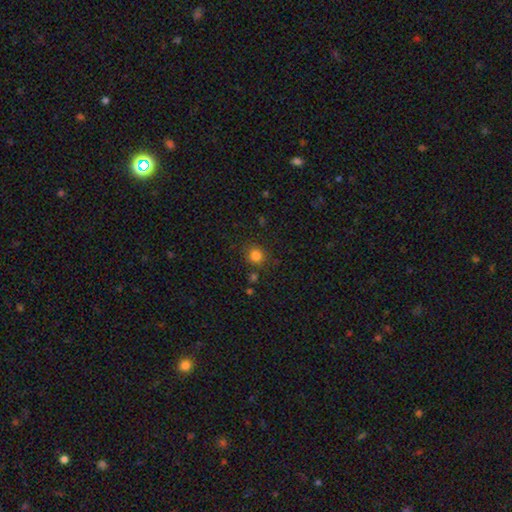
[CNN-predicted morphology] Smooth or featured: smooth — 82% (star or artifact — 13%)
How rounded: round — 85% (in between — 14%)
Merging: none — 81% (minor disturbance — 11%)